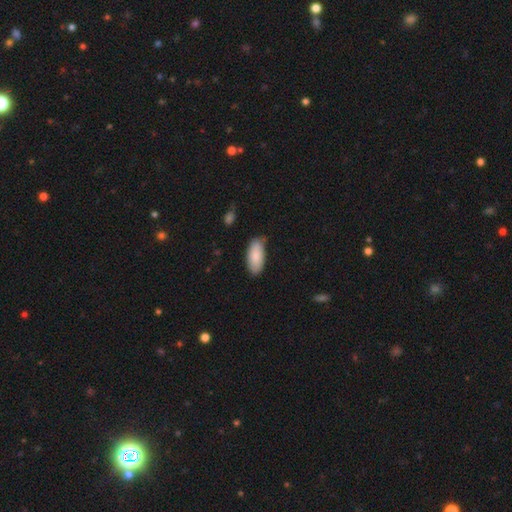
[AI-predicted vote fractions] Q: Smooth or featured?
A: smooth (87%); runner-up: featured or disk (8%)
Q: How rounded?
A: in between (90%); runner-up: cigar-shaped (8%)
Q: Merging?
A: none (73%); runner-up: minor disturbance (22%)